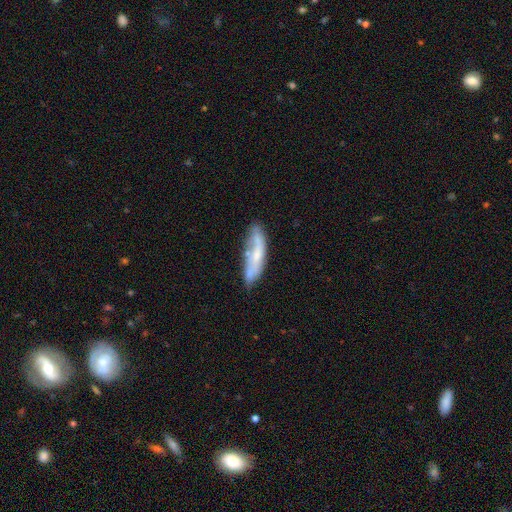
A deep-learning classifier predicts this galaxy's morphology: Q: Smooth or featured?
A: smooth (49%); runner-up: featured or disk (44%)
Q: Merging?
A: none (51%); runner-up: minor disturbance (28%)